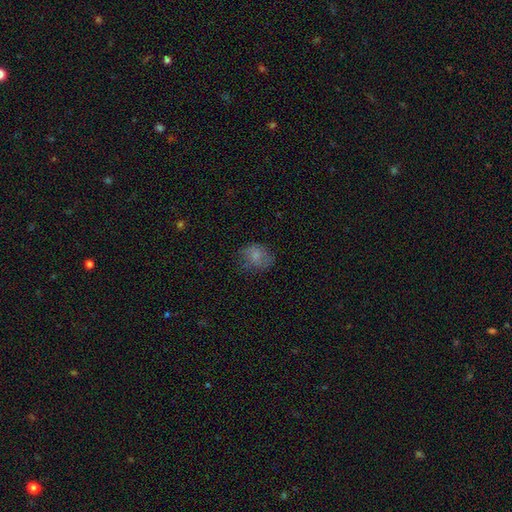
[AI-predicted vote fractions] smooth-or-featured: smooth: 72% | featured or disk: 17% | star or artifact: 12%
  how-rounded: round: 52% | in between: 47% | cigar-shaped: 1%
  merging: none: 62% | minor disturbance: 24% | major disturbance: 12% | merger: 1%